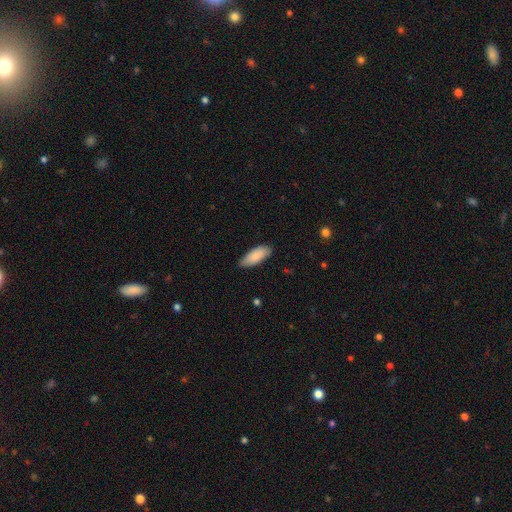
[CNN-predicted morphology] smooth 88%, featured or disk 7%, star or artifact 6%. Down the decision tree: how rounded — in between (79%); merging — none (80%).